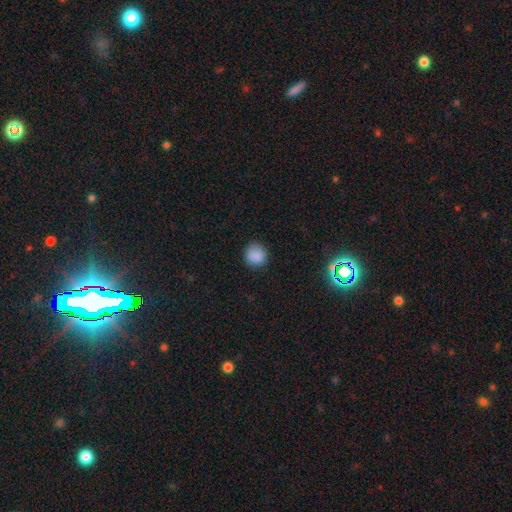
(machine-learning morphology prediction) smooth_or_featured: smooth (p=0.86) [alt: star or artifact p=0.10]
how_rounded: round (p=0.85) [alt: in between p=0.14]
merging: none (p=0.83) [alt: minor disturbance p=0.13]